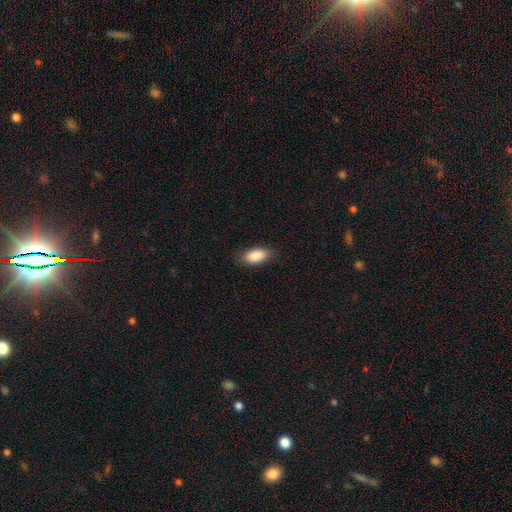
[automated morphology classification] type=smooth (89%); roundness=in between (91%); merging=none (83%).